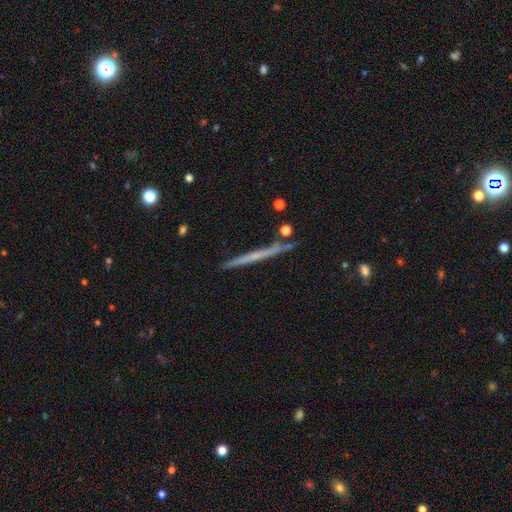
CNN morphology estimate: Smooth or featured? featured or disk (58%)
Edge-on disk? yes (97%)
Edge-on bulge? none (84%)
Merging? none (88%)